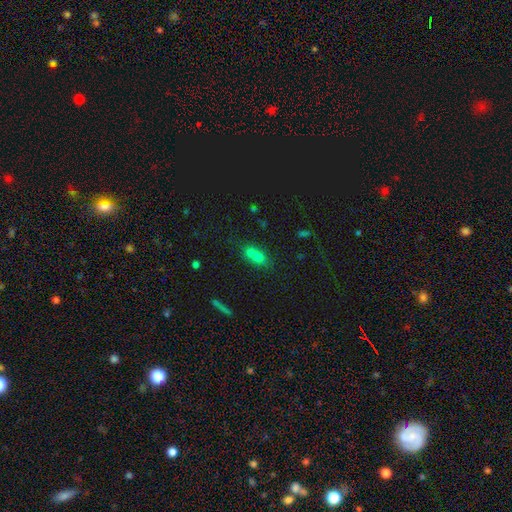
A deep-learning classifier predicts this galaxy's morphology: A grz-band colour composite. It shows a smooth galaxy with no disk features (64%) that is round (62%). Merging: merger (64%).